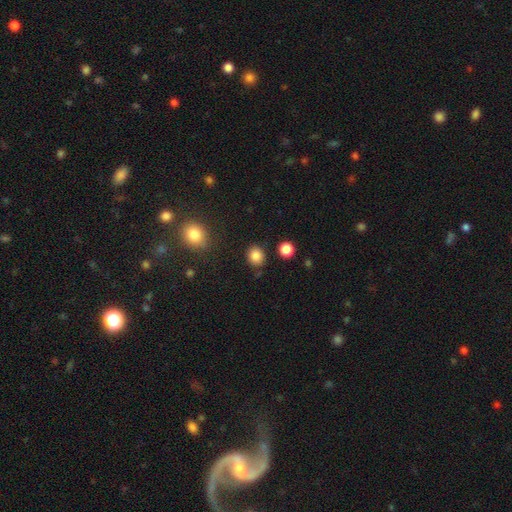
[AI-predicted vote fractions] Smooth or featured? Predicted: smooth (p=0.85). How rounded? Predicted: round (p=0.75). Merging? Predicted: none (p=0.85).